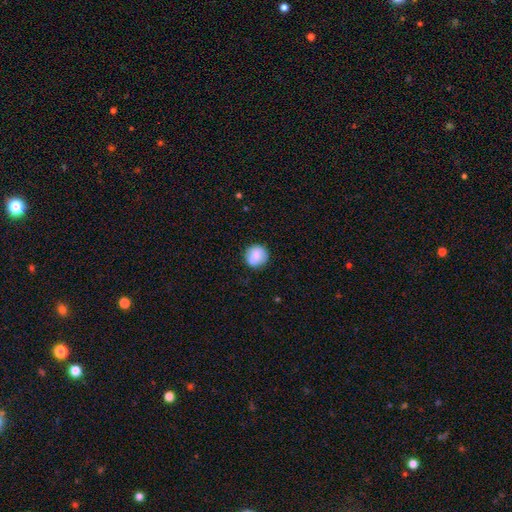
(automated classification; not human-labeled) Q: Smooth or featured?
A: smooth (74%); runner-up: featured or disk (19%)
Q: How rounded?
A: round (91%); runner-up: in between (8%)
Q: Merging?
A: none (76%); runner-up: minor disturbance (15%)